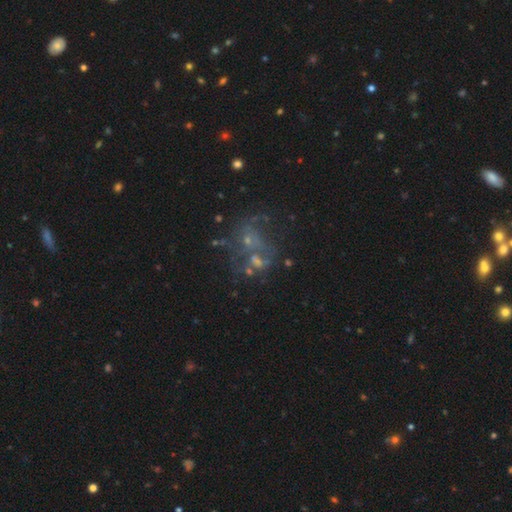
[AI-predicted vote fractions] Q: Smooth or featured?
A: featured or disk (53%); runner-up: star or artifact (28%)
Q: Edge-on disk?
A: no (97%); runner-up: yes (3%)
Q: Bar?
A: no (85%); runner-up: weak (12%)
Q: Spiral arms?
A: no (72%); runner-up: yes (28%)
Q: Bulge size?
A: small (45%); runner-up: none (34%)
Q: Merging?
A: none (36%); runner-up: merger (26%)